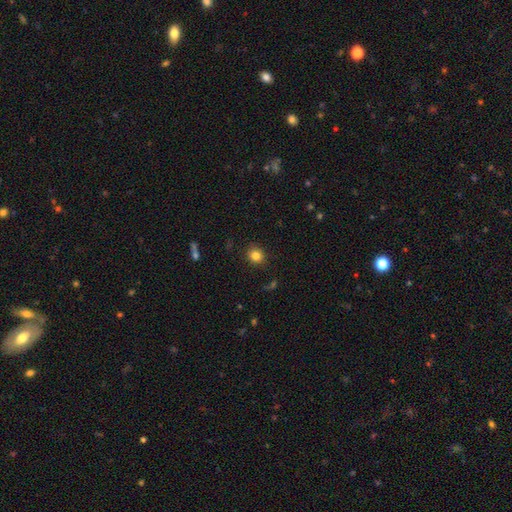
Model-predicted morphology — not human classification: A smooth galaxy with no disk features (83%) that is round (83%). Merging: none (88%).